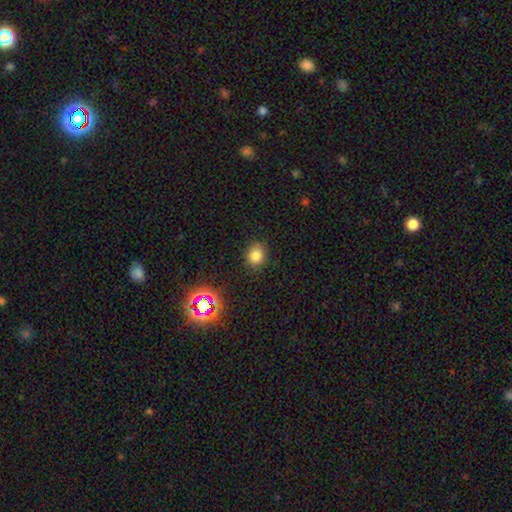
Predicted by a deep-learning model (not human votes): A smooth galaxy with no disk features (78%) that is round (68%). Merging: none (82%).